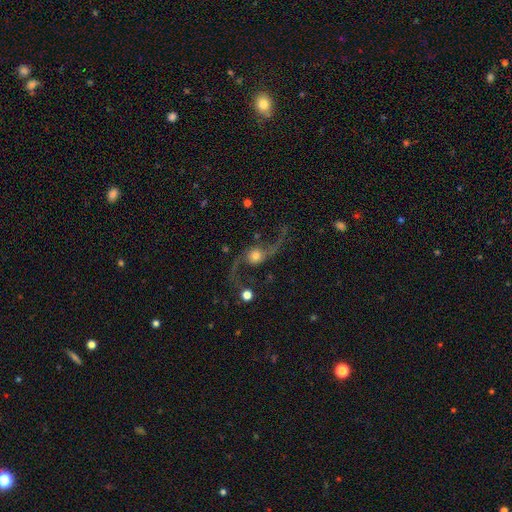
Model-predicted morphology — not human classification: smooth_or_featured: featured or disk (p=0.86) [alt: smooth p=0.08]
disk_edge_on: no (p=0.95) [alt: yes p=0.05]
bar: no (p=0.70) [alt: weak p=0.23]
has_spiral_arms: yes (p=0.96) [alt: no p=0.04]
spiral_winding: loose (p=0.91) [alt: medium p=0.08]
spiral_arm_count: 2 (p=0.94) [alt: 1 p=0.02]
bulge_size: moderate (p=0.46) [alt: small p=0.24]
merging: none (p=0.63) [alt: major disturbance p=0.16]